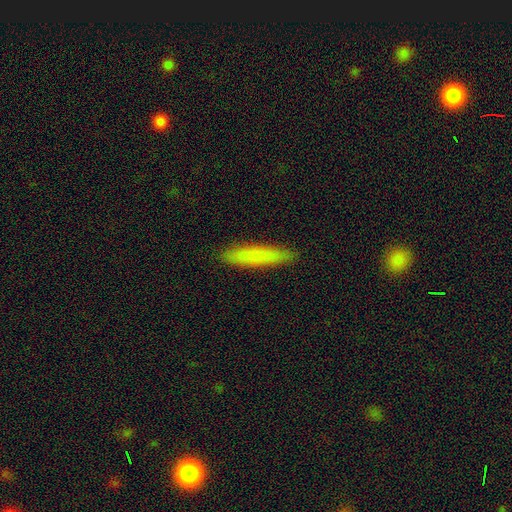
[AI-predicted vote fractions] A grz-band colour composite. It shows a smooth galaxy with no disk features (79%) that is cigar-shaped (89%). Merging: none (91%).